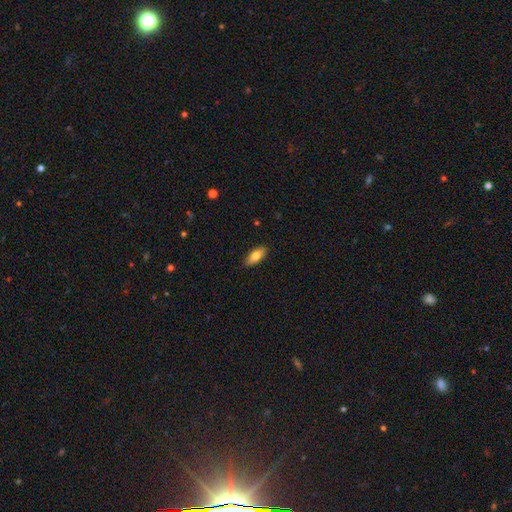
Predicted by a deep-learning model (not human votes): smooth 78%, featured or disk 16%, star or artifact 6%. Down the decision tree: how rounded — in between (79%); merging — none (88%).